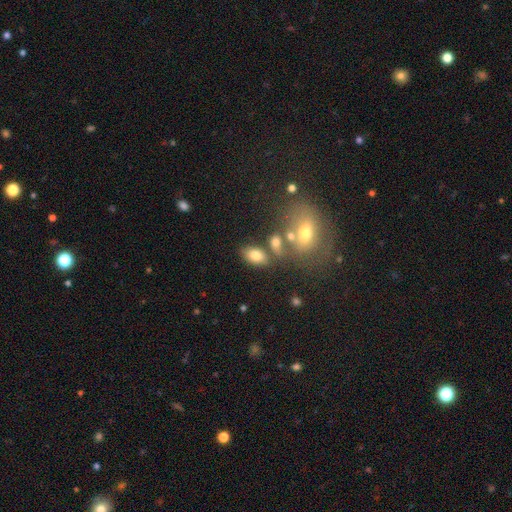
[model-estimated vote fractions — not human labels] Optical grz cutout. It shows a smooth galaxy with no disk features (78%) that is in between round and cigar-shaped (89%). Merging: none (66%).